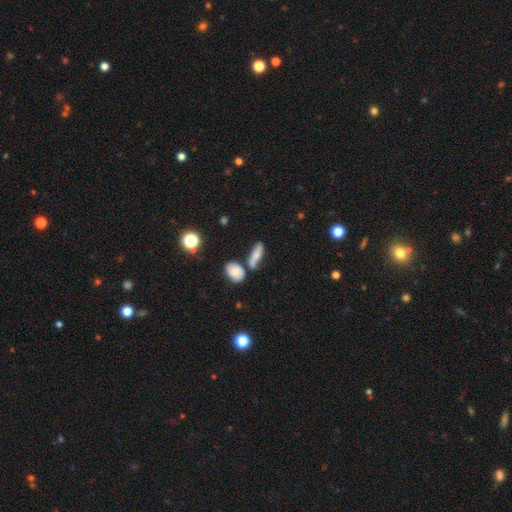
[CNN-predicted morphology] Smooth or featured: smooth — 69% (featured or disk — 21%)
How rounded: in between — 57% (cigar-shaped — 37%)
Merging: none — 52% (merger — 26%)